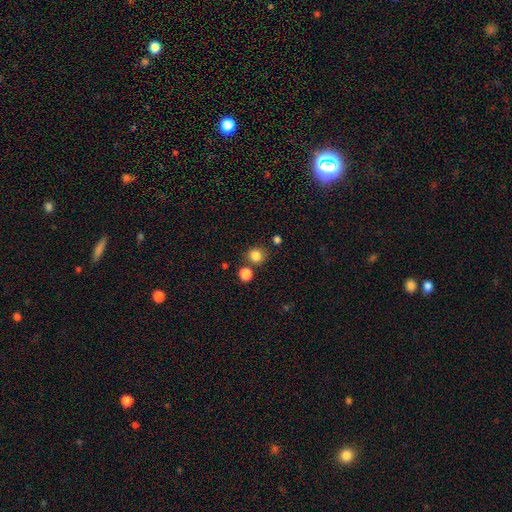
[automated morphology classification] Q: Smooth or featured?
A: smooth (83%); runner-up: star or artifact (13%)
Q: How rounded?
A: round (88%); runner-up: in between (11%)
Q: Merging?
A: none (76%); runner-up: merger (12%)